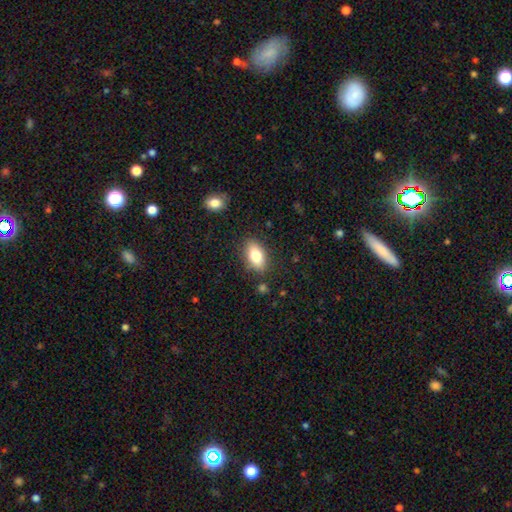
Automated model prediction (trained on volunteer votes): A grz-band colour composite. It shows a smooth galaxy with no disk features (79%) that is in between round and cigar-shaped (89%). Merging: none (84%).